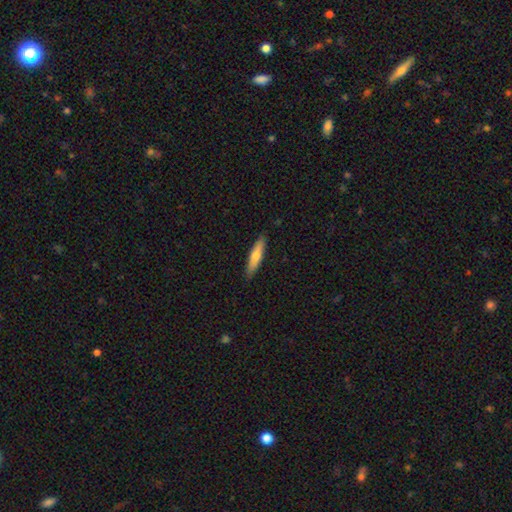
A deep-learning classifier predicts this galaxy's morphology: This appears to be a smooth galaxy with no disk features (64%) that is cigar-shaped (82%). Merging: none (89%).